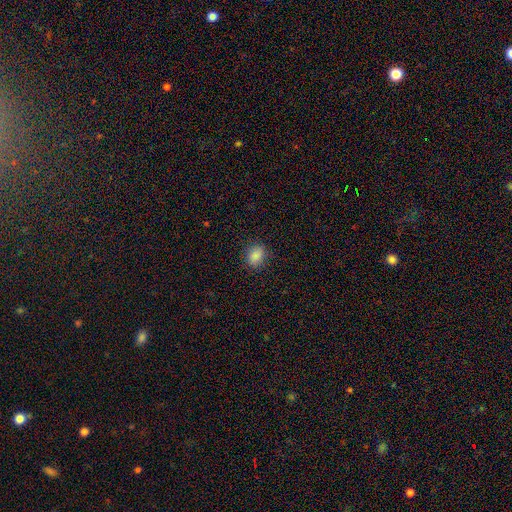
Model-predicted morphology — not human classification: type=smooth (87%); roundness=in between (58%); merging=none (85%).